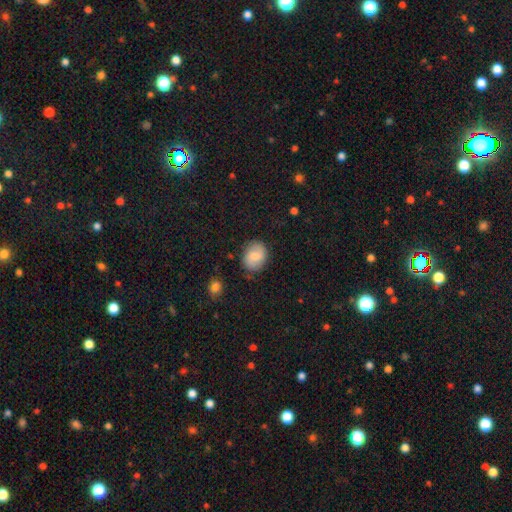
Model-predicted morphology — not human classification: This appears to be a smooth galaxy with no disk features (72%) that is round (55%). Merging: none (78%).